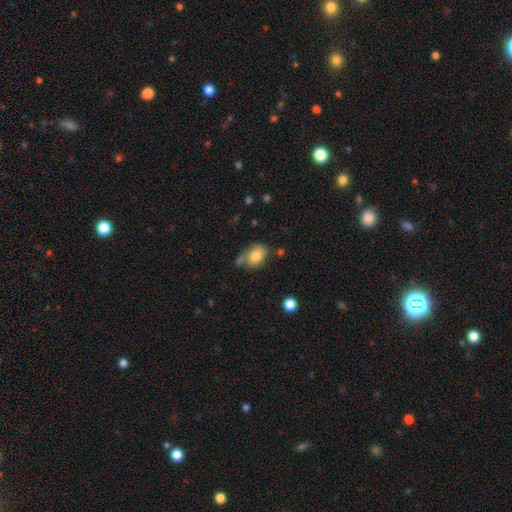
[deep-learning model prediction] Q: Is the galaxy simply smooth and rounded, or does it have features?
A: smooth — 80%.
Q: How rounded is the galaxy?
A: in between — 77%.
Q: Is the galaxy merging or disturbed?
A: none — 55%.